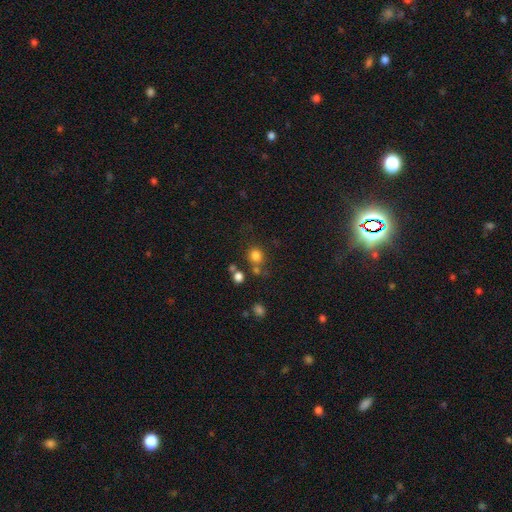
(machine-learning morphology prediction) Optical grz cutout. It shows a smooth galaxy with no disk features (80%) that is round (82%). Merging: none (70%).